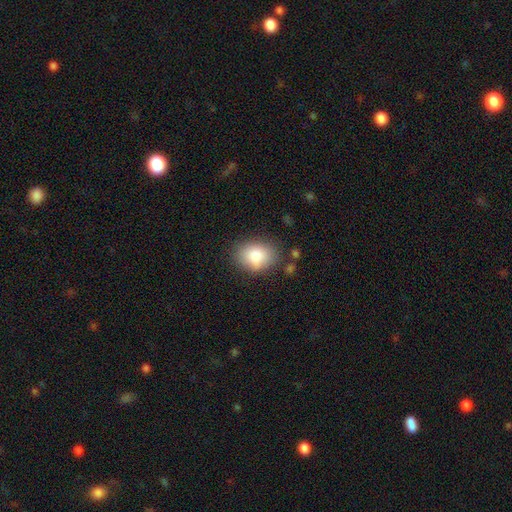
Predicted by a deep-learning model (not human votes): smooth 86%, star or artifact 8%, featured or disk 6%. Down the decision tree: how rounded — in between (67%); merging — none (76%).